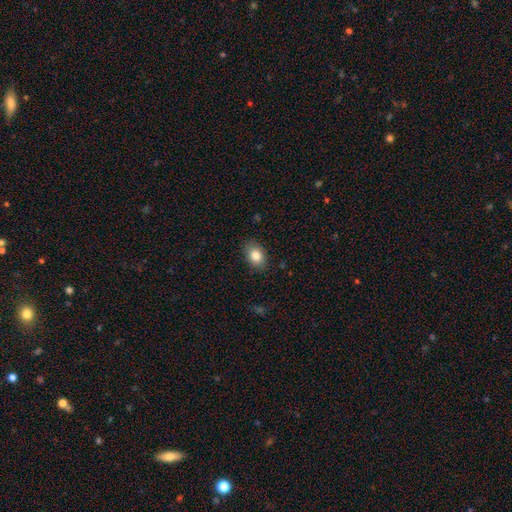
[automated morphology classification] The model was most divided on "how rounded": in between: 78%, round: 21%, cigar-shaped: 1%. More confident: merging — none (86%); smooth or featured — smooth (83%).